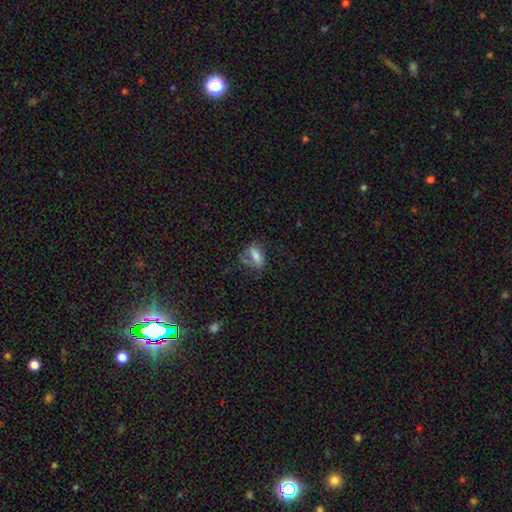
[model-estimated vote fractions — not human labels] smooth-or-featured: smooth: 70% | featured or disk: 19% | star or artifact: 11%
  how-rounded: in between: 79% | cigar-shaped: 11% | round: 10%
  merging: none: 51% | minor disturbance: 27% | major disturbance: 18% | merger: 4%